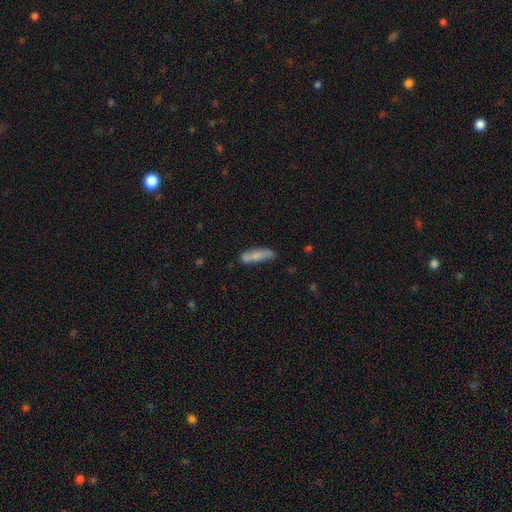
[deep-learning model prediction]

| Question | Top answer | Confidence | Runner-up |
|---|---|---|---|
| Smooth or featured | smooth | 68% | featured or disk (26%) |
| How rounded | cigar-shaped | 70% | in between (28%) |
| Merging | none | 63% | minor disturbance (22%) |